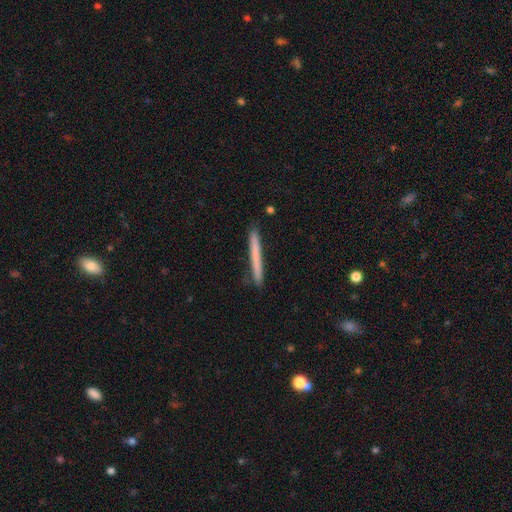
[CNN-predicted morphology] A smooth galaxy with no disk features (66%) that is cigar-shaped (97%).

Vote fractions:
- Smooth or featured? smooth: 66% / featured or disk: 28% / star or artifact: 6%
- How rounded? cigar-shaped: 97% / in between: 1% / round: 1%
- Merging? none: 90% / minor disturbance: 7% / major disturbance: 1% / merger: 1%